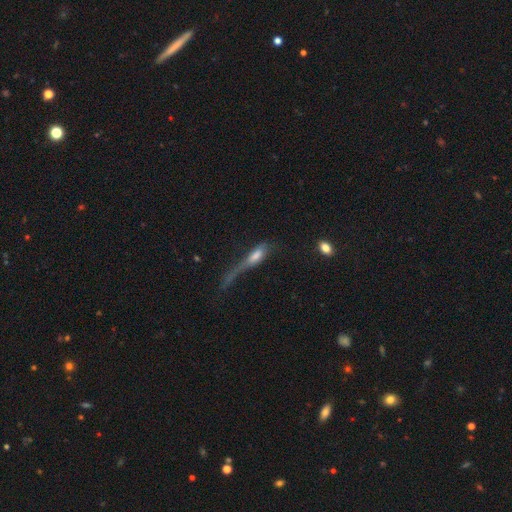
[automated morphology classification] Smooth or featured? Predicted: smooth (p=0.54). How rounded? Predicted: cigar-shaped (p=0.56). Merging? Predicted: major disturbance (p=0.53).